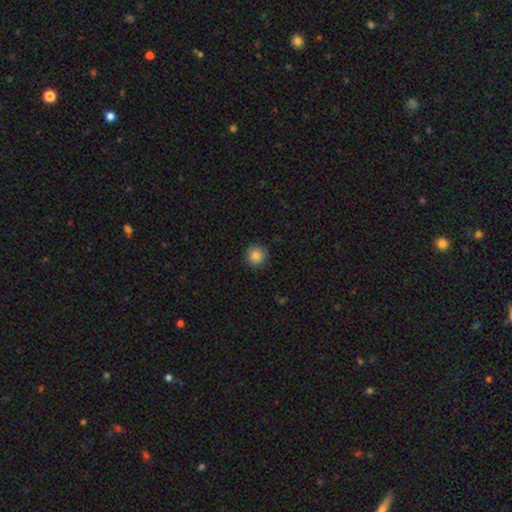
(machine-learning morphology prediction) Smooth or featured? Predicted: smooth (p=0.85). How rounded? Predicted: round (p=0.95). Merging? Predicted: none (p=0.91).